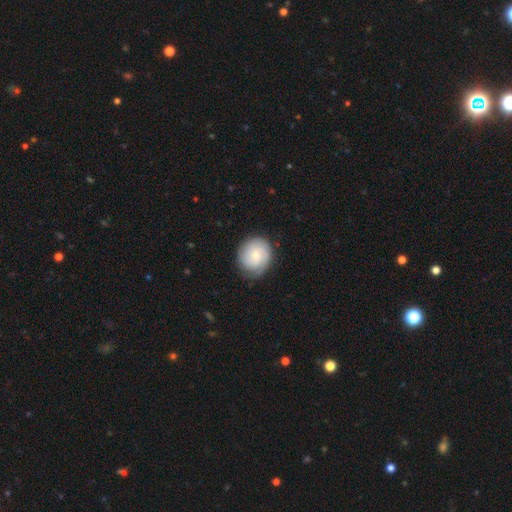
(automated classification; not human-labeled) The model was most divided on "smooth or featured": smooth: 50%, featured or disk: 43%, star or artifact: 7%. More confident: how rounded — round (81%); merging — none (77%).